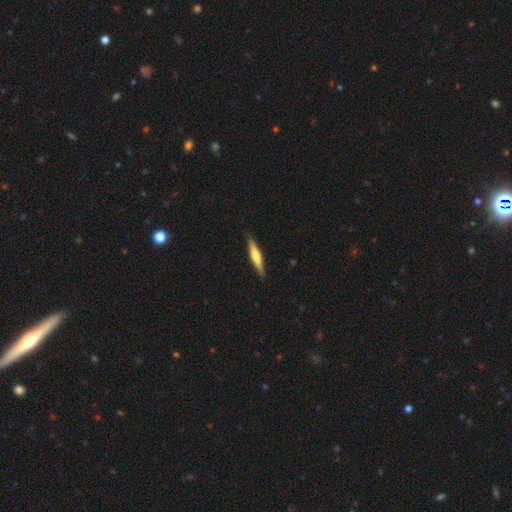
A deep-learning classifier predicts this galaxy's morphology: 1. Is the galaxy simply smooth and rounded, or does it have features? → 50% featured or disk, 45% smooth, 5% star or artifact.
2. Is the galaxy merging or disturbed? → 89% none, 8% minor disturbance, 2% major disturbance, 1% merger.